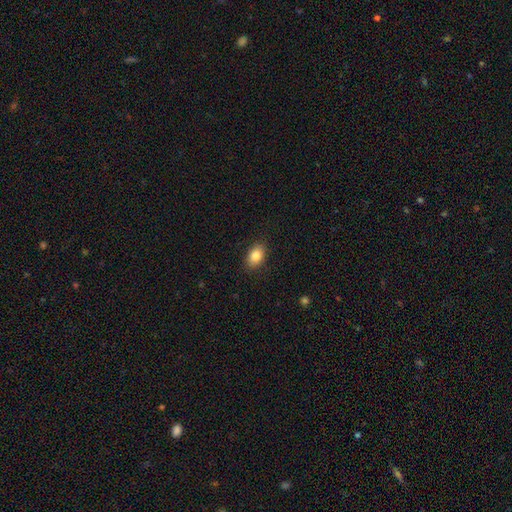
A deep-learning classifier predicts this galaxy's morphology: A smooth galaxy with no disk features (85%) that is in between round and cigar-shaped (86%). Merging: none (88%).